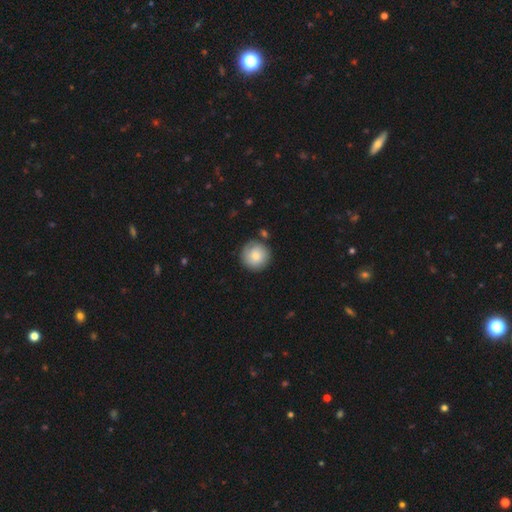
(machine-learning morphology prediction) A smooth galaxy with no disk features (76%) that is round (96%). Merging: none (83%).